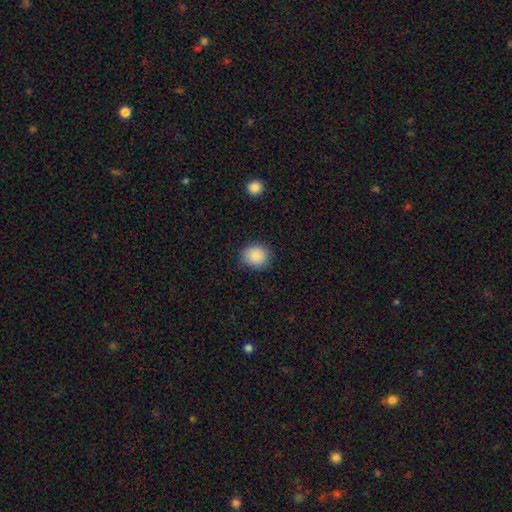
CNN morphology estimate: Smooth or featured: smooth — 89% (star or artifact — 8%)
How rounded: round — 75% (in between — 24%)
Merging: none — 86% (minor disturbance — 10%)